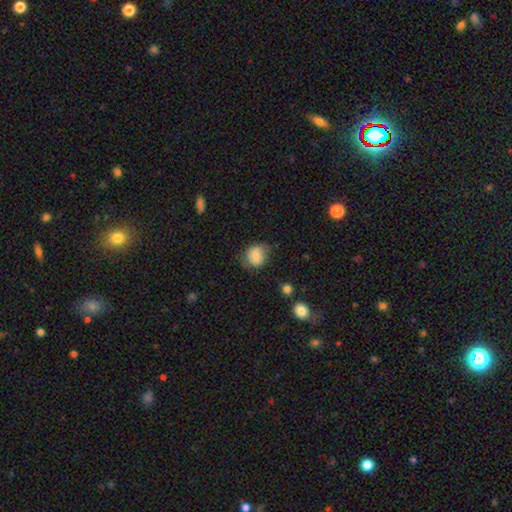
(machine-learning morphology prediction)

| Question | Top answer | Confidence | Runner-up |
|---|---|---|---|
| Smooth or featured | smooth | 77% | featured or disk (14%) |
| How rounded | round | 71% | in between (28%) |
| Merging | none | 64% | minor disturbance (25%) |